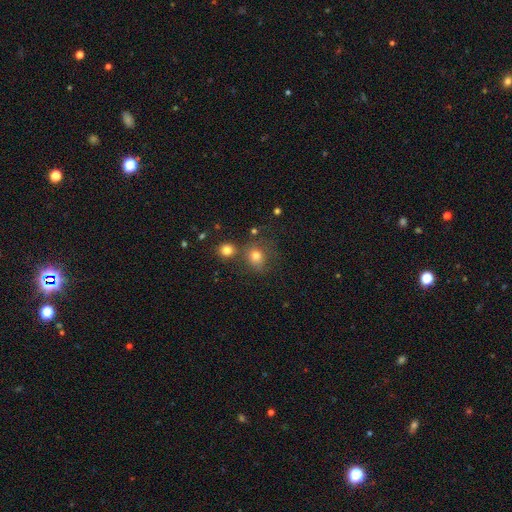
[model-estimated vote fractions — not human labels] Smooth or featured: smooth — 75% (star or artifact — 15%)
How rounded: round — 75% (in between — 24%)
Merging: none — 57% (merger — 18%)